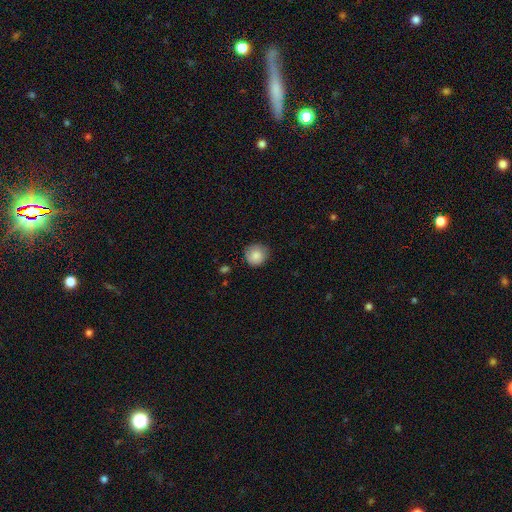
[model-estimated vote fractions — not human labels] Smooth or featured? smooth (86%)
How rounded? round (90%)
Merging? none (78%)